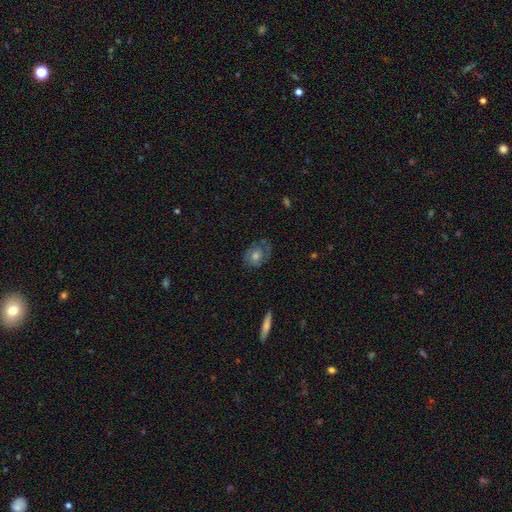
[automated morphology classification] A featured or disk galaxy (54%) with no bar (78%), spiral arms (69%) and a moderate central bulge (65%).

Vote fractions:
- Smooth or featured? featured or disk: 54% / smooth: 35% / star or artifact: 11%
- Edge-on disk? no: 93% / yes: 7%
- Bar? no: 78% / weak: 19% / strong: 4%
- Spiral arms? yes: 69% / no: 31%
- Bulge size? moderate: 65% / small: 21% / large: 10% / none: 2% / dominant: 1%
- Merging? none: 73% / minor disturbance: 18% / major disturbance: 7% / merger: 1%